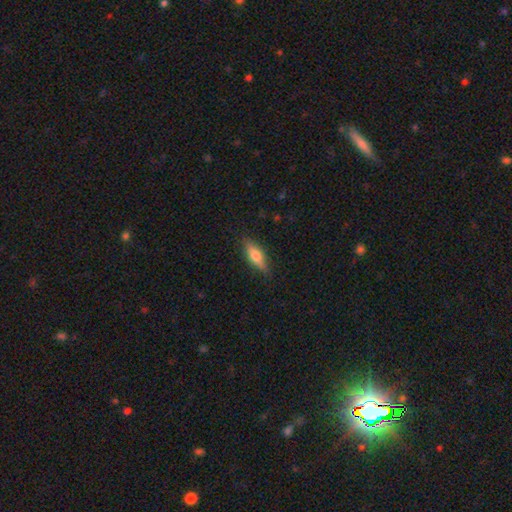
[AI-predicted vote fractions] smooth 56%, featured or disk 37%, star or artifact 7%. Down the decision tree: how rounded — in between (54%); merging — none (84%).